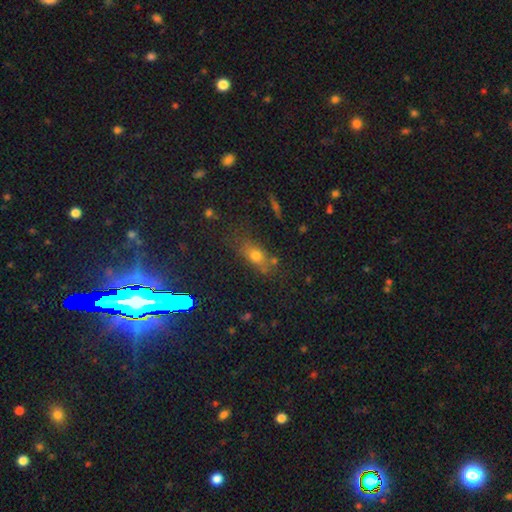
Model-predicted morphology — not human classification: smooth 61%, star or artifact 23%, featured or disk 15%. Down the decision tree: how rounded — in between (63%); merging — none (69%).